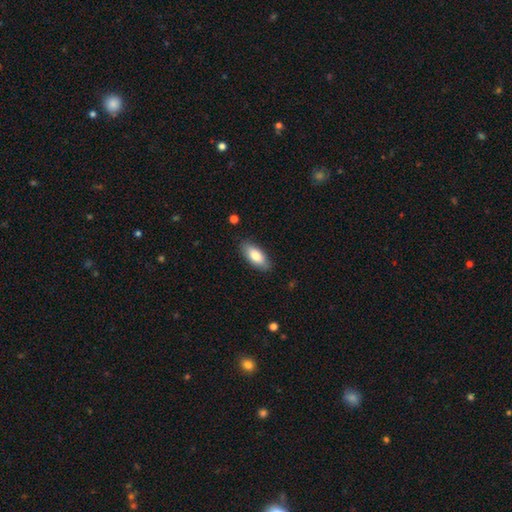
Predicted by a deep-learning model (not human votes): Smooth or featured: smooth — 80% (featured or disk — 14%)
How rounded: in between — 84% (cigar-shaped — 14%)
Merging: none — 87% (minor disturbance — 10%)